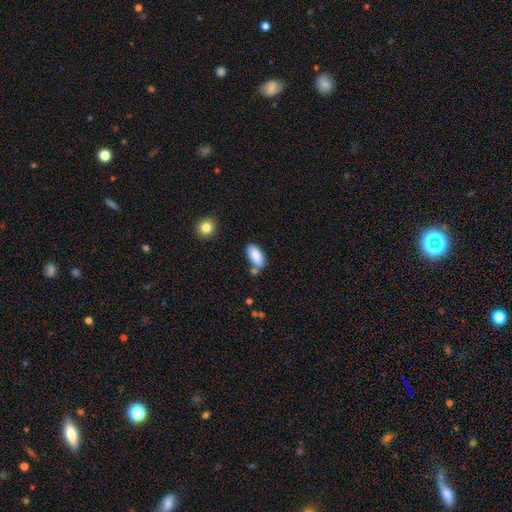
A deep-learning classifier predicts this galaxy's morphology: Smooth or featured: smooth — 87% (star or artifact — 7%)
How rounded: in between — 92% (cigar-shaped — 6%)
Merging: none — 63% (merger — 17%)